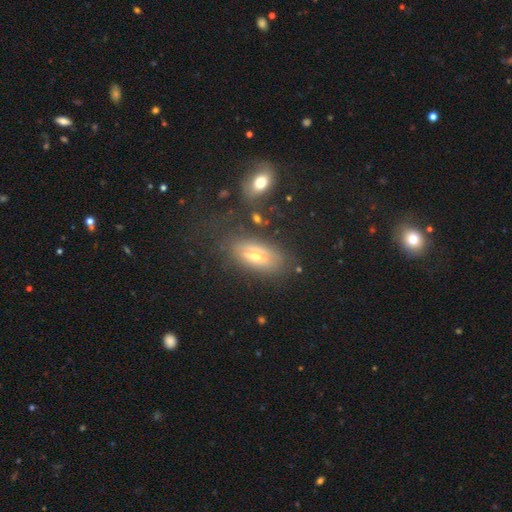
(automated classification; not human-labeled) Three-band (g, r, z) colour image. It shows a featured or disk galaxy (45%). Merging: none (68%).